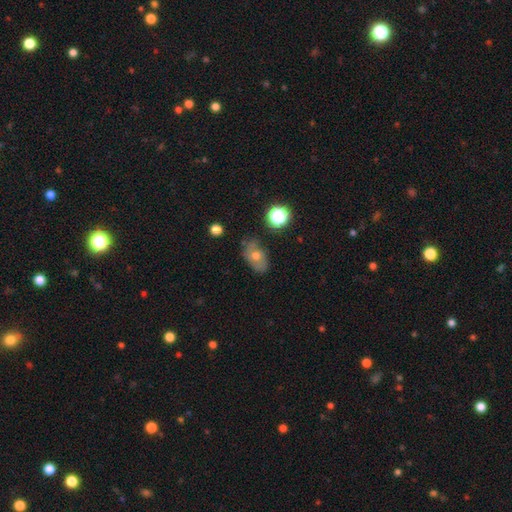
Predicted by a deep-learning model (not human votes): Morphology: type=smooth (53%); roundness=in between (79%); merging=none (67%).